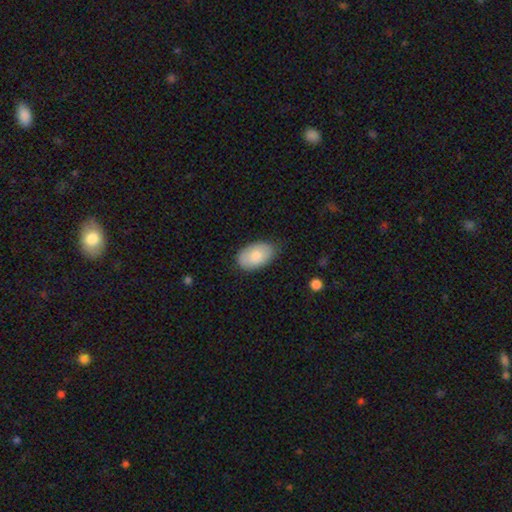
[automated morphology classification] smooth-or-featured: smooth: 81% | featured or disk: 14% | star or artifact: 6%
  how-rounded: in between: 93% | round: 6% | cigar-shaped: 1%
  merging: none: 78% | minor disturbance: 18% | major disturbance: 3% | merger: 1%